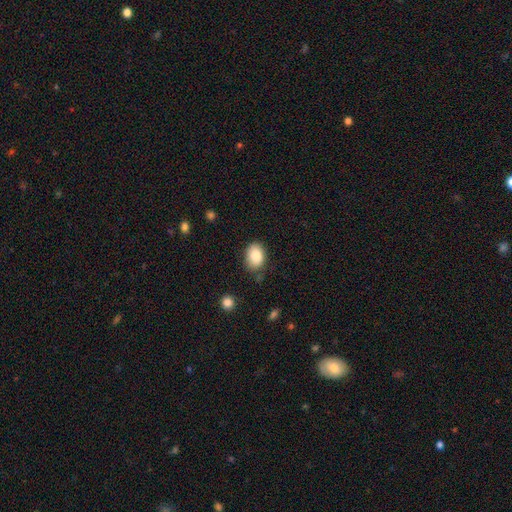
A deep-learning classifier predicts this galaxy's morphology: Q: Smooth or featured?
A: smooth (88%); runner-up: star or artifact (7%)
Q: How rounded?
A: in between (82%); runner-up: round (17%)
Q: Merging?
A: none (77%); runner-up: minor disturbance (17%)